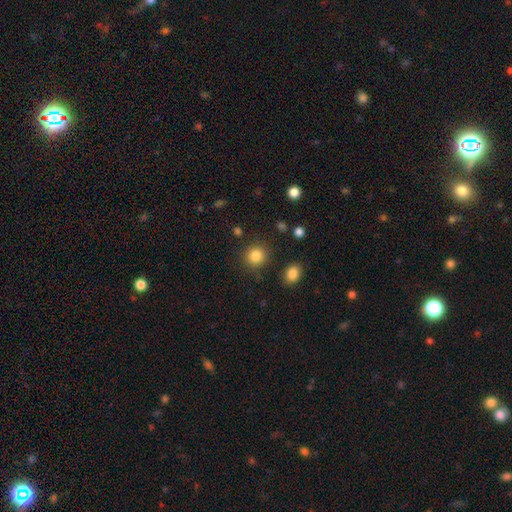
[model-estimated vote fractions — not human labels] smooth 84%, star or artifact 11%, featured or disk 5%. Down the decision tree: how rounded — round (90%); merging — none (87%).